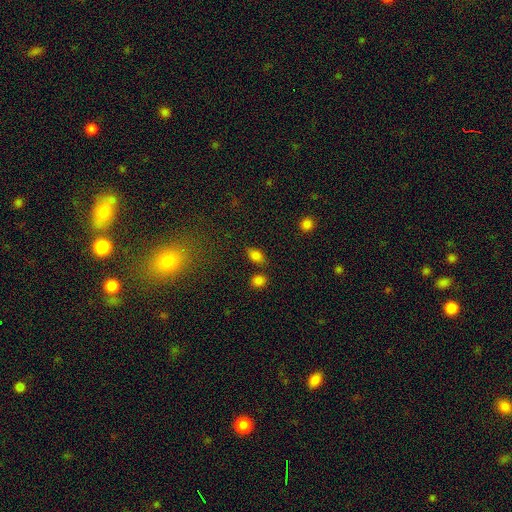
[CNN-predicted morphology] Overall: smooth (82%). How rounded: in between (86%). Merging: none (73%).